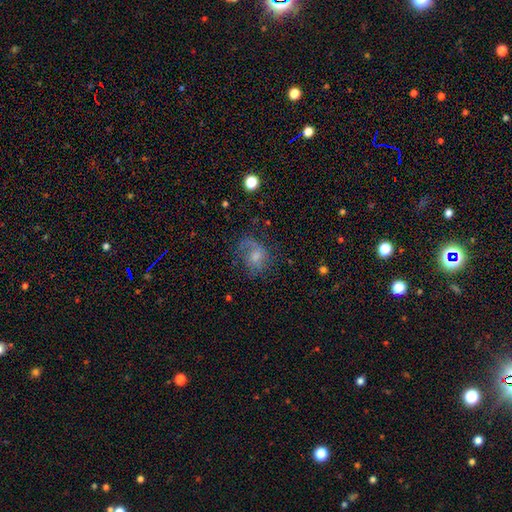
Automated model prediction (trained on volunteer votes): Smooth or featured? featured or disk (44%)
Merging? none (47%)